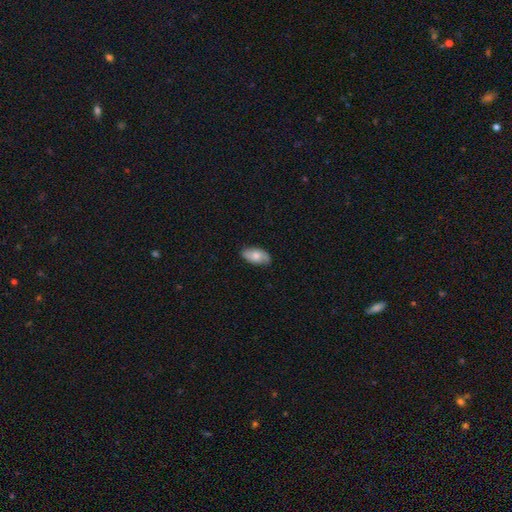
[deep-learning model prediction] Smooth or featured?
  - smooth: 64% *
  - featured or disk: 29%
  - star or artifact: 7%
How rounded?
  - in between: 93% *
  - cigar-shaped: 4%
  - round: 4%
Merging?
  - none: 79% *
  - minor disturbance: 17%
  - major disturbance: 3%
  - merger: 1%